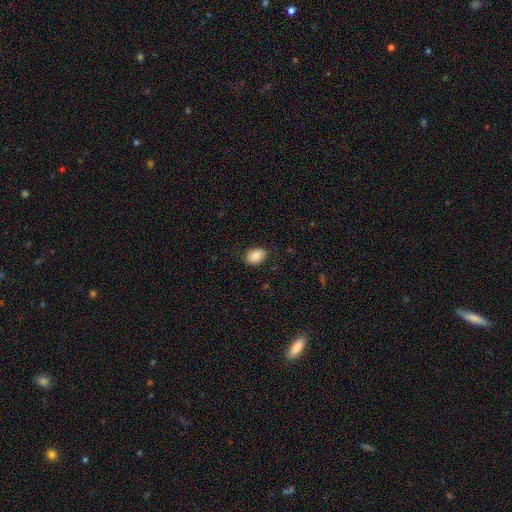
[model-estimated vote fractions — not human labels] Smooth or featured? Predicted: smooth (p=0.84). How rounded? Predicted: in between (p=0.78). Merging? Predicted: none (p=0.82).